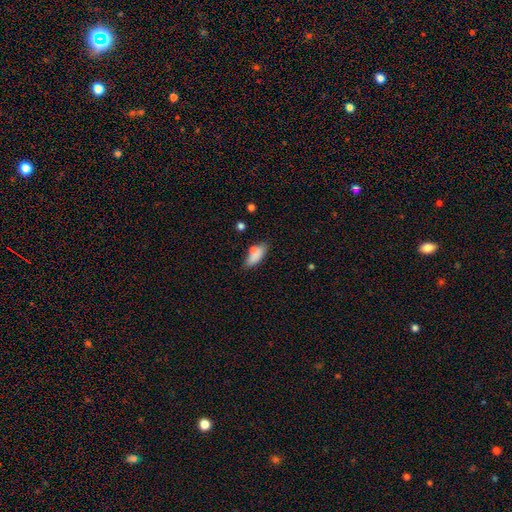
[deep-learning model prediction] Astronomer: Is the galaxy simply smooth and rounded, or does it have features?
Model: smooth — 81%.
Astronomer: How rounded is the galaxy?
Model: in between — 78%.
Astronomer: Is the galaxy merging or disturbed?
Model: none — 64%.